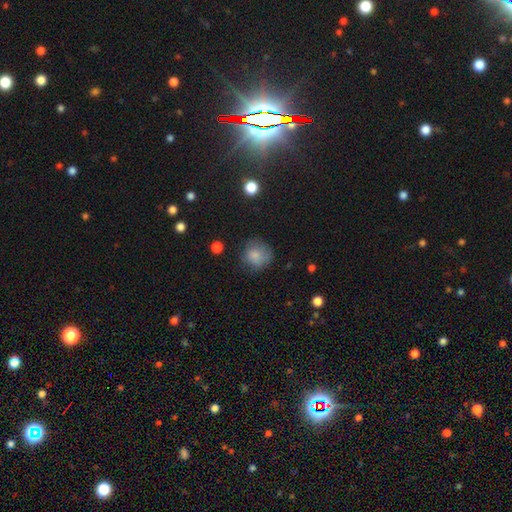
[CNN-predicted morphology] smooth_or_featured: smooth (p=0.81) [alt: star or artifact p=0.10]
how_rounded: round (p=0.86) [alt: in between p=0.13]
merging: none (p=0.67) [alt: minor disturbance p=0.23]